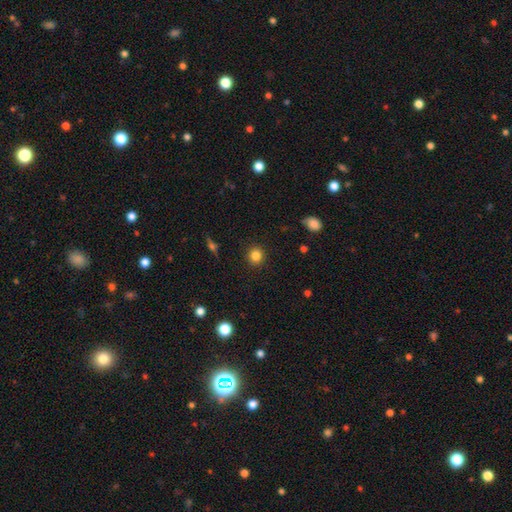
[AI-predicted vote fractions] A smooth galaxy with no disk features (84%) that is round (87%). Merging: none (91%).